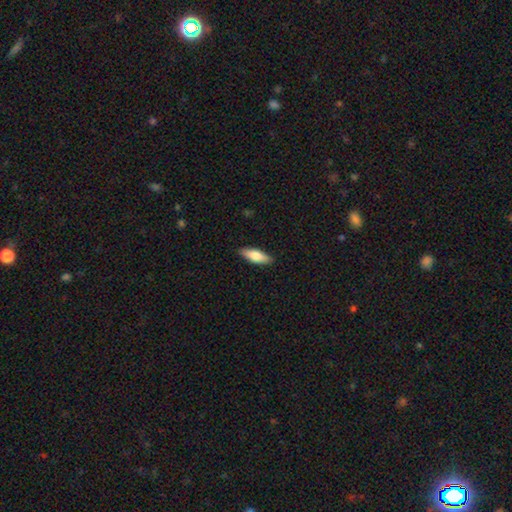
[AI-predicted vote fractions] Smooth or featured: smooth — 74% (featured or disk — 21%)
How rounded: in between — 59% (cigar-shaped — 39%)
Merging: none — 89% (minor disturbance — 8%)